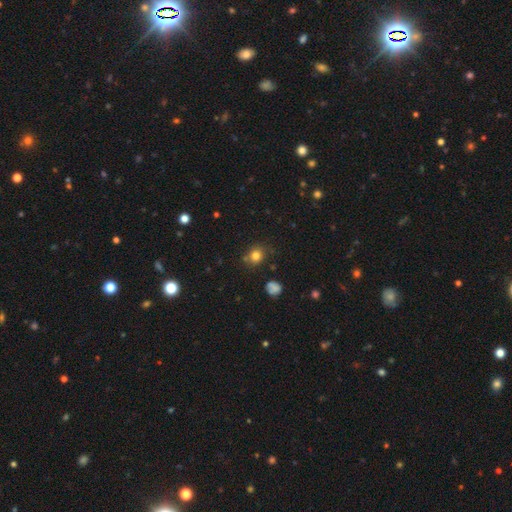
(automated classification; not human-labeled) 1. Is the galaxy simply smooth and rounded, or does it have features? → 80% smooth, 14% star or artifact, 7% featured or disk.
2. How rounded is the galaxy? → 79% round, 20% in between, 1% cigar-shaped.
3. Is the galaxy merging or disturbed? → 74% none, 16% minor disturbance, 5% merger, 5% major disturbance.